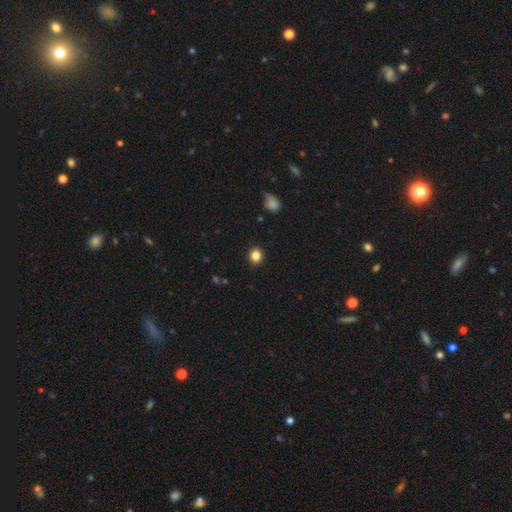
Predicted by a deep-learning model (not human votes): Smooth or featured: smooth — 84% (star or artifact — 11%)
How rounded: round — 85% (in between — 15%)
Merging: none — 91% (minor disturbance — 6%)